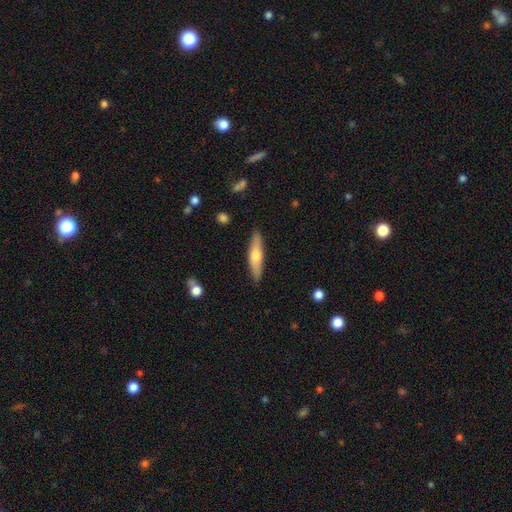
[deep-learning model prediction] smooth-or-featured: smooth: 53% | featured or disk: 41% | star or artifact: 6%
  how-rounded: cigar-shaped: 75% | in between: 23% | round: 2%
  merging: none: 88% | minor disturbance: 9% | major disturbance: 2% | merger: 1%